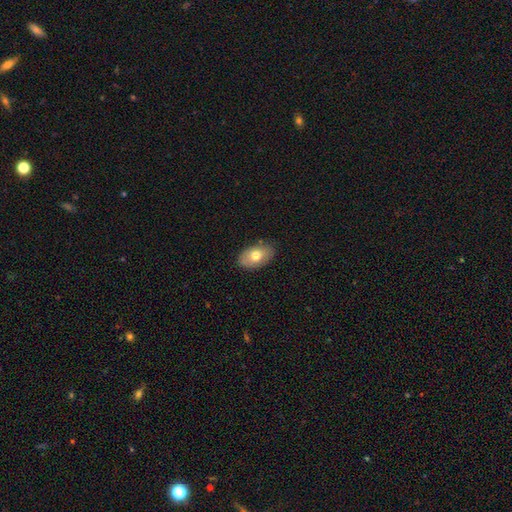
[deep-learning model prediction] smooth-or-featured: smooth: 70% | featured or disk: 23% | star or artifact: 7%
  how-rounded: in between: 90% | round: 9% | cigar-shaped: 1%
  merging: none: 82% | minor disturbance: 14% | major disturbance: 3% | merger: 1%